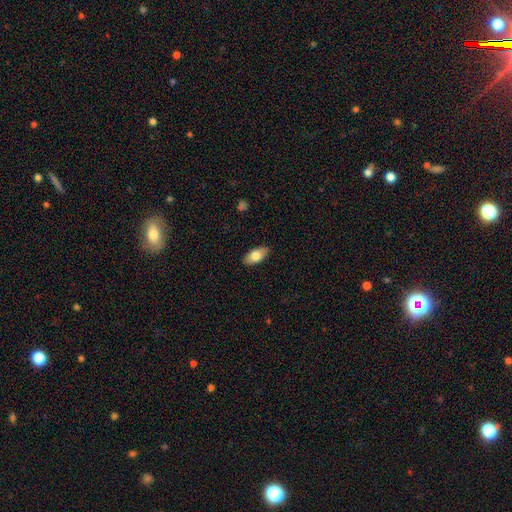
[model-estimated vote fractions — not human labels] Smooth or featured: smooth — 76% (featured or disk — 17%)
How rounded: in between — 92% (cigar-shaped — 5%)
Merging: none — 87% (minor disturbance — 10%)